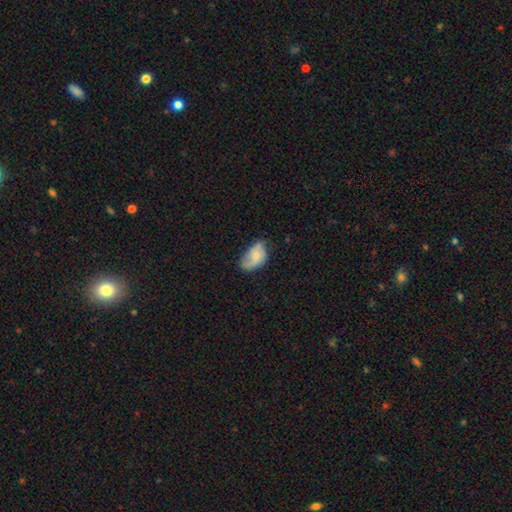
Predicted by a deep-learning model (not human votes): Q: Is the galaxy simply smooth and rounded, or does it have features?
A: featured or disk — 50%.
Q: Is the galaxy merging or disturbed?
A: none — 50%.